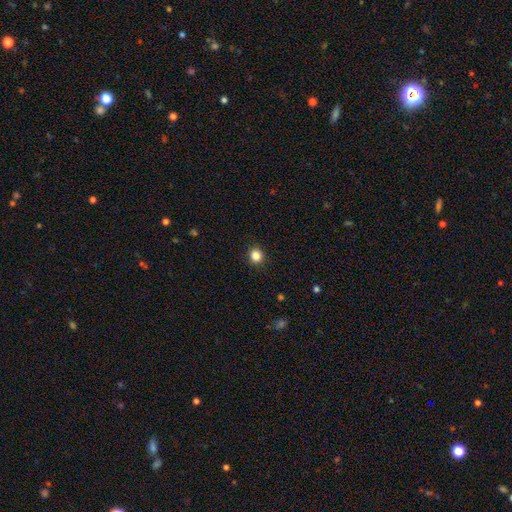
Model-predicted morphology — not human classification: A smooth galaxy with no disk features (85%) that is round (87%). Merging: none (92%).